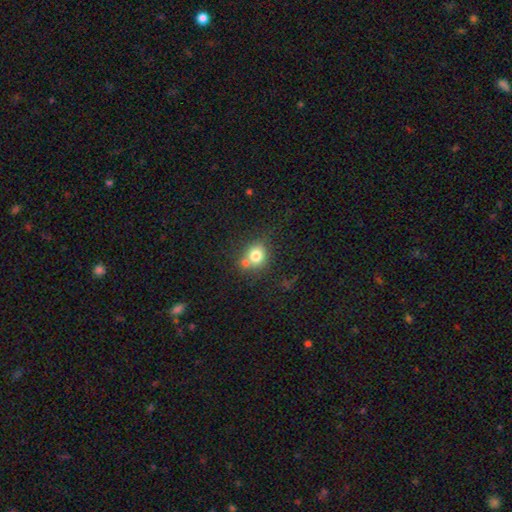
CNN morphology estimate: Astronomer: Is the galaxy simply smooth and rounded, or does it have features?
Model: smooth — 76%.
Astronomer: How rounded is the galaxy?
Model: round — 69%.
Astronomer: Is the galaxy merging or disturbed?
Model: none — 53%.